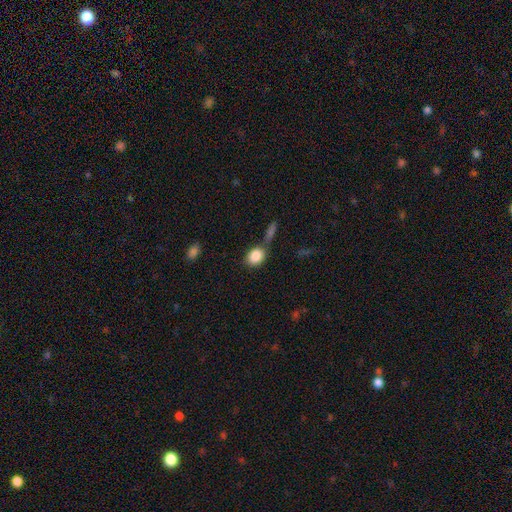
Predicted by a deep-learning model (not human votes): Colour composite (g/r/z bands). It shows a smooth galaxy with no disk features (87%) that is in between round and cigar-shaped (60%). Merging: none (59%).